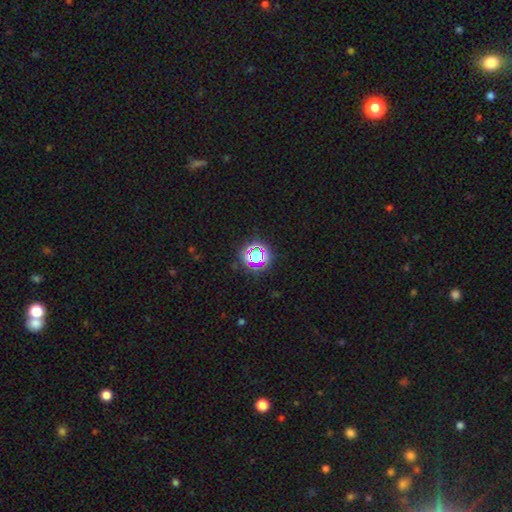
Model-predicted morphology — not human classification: smooth-or-featured: star or artifact: 65% | smooth: 24% | featured or disk: 10%